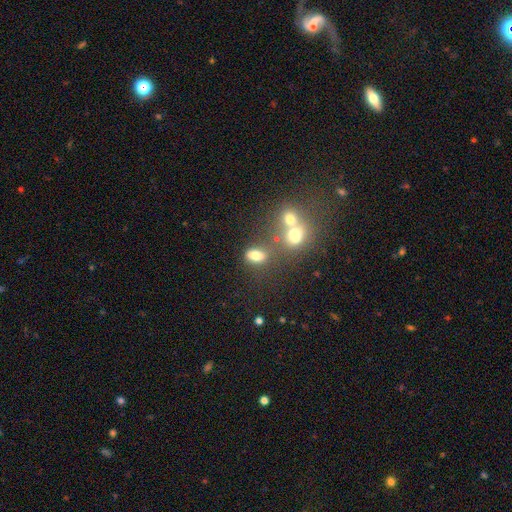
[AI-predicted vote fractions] A smooth galaxy with no disk features (75%) that is in between round and cigar-shaped (78%). Merging: none (55%).